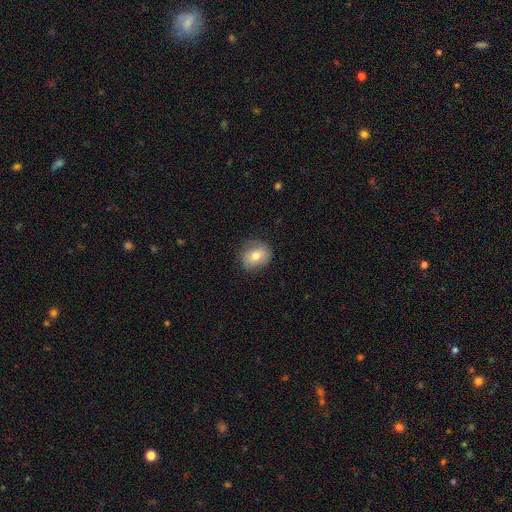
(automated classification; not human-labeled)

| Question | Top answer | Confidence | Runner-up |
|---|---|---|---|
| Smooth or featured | smooth | 70% | featured or disk (21%) |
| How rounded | round | 63% | in between (36%) |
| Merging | none | 77% | minor disturbance (18%) |